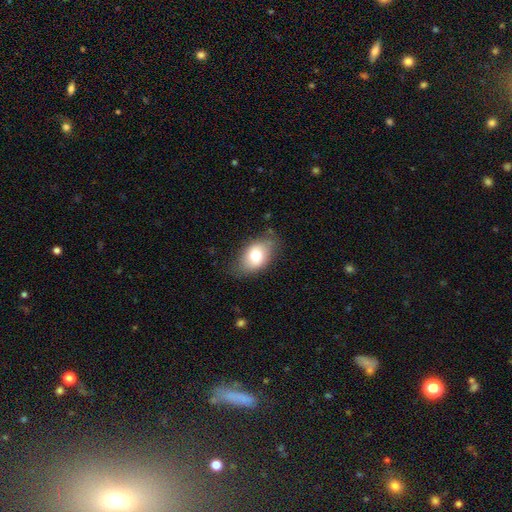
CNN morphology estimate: Overall: smooth (74%). How rounded: in between (84%). Merging: none (73%).